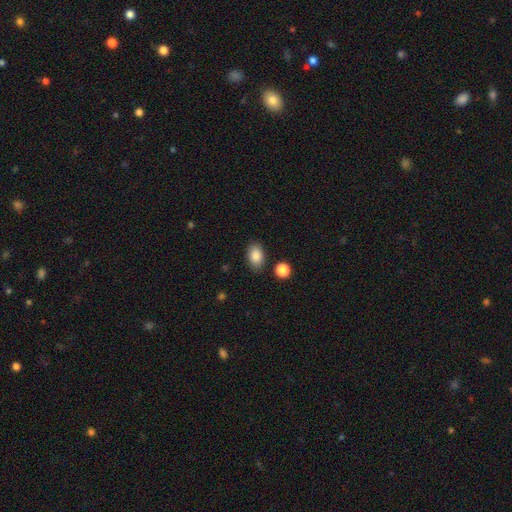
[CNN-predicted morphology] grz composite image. It shows a smooth galaxy with no disk features (86%) that is in between round and cigar-shaped (88%). Merging: none (85%).